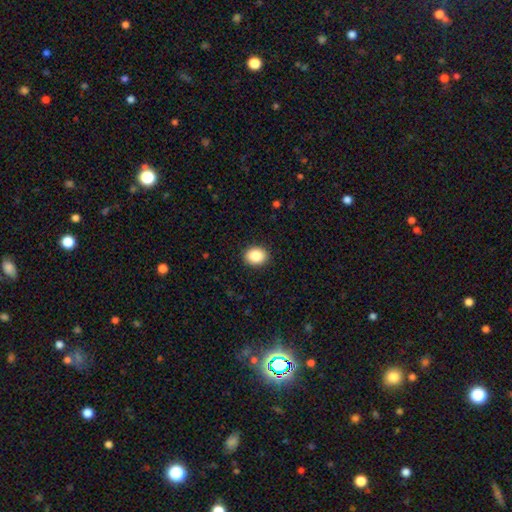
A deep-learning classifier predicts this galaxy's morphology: Smooth or featured? Predicted: smooth (p=0.86). How rounded? Predicted: round (p=0.55). Merging? Predicted: none (p=0.91).